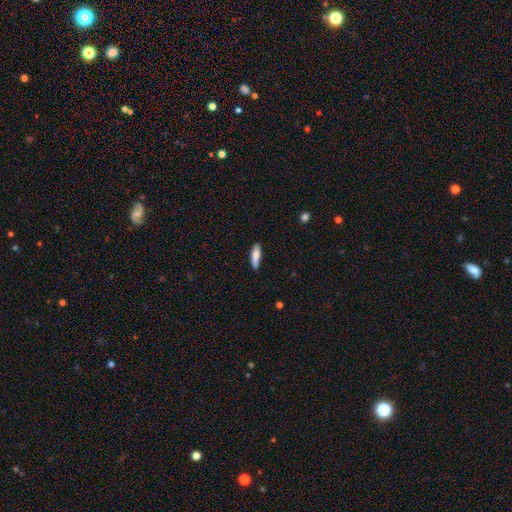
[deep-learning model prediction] Q: Smooth or featured?
A: smooth (81%); runner-up: featured or disk (13%)
Q: How rounded?
A: cigar-shaped (60%); runner-up: in between (38%)
Q: Merging?
A: none (77%); runner-up: minor disturbance (18%)